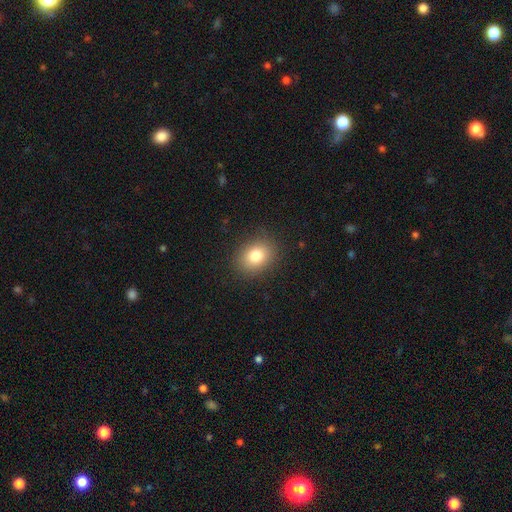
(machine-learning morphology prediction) A smooth galaxy with no disk features (81%) that is in between round and cigar-shaped (52%).

Vote fractions:
- Smooth or featured? smooth: 81% / star or artifact: 11% / featured or disk: 9%
- How rounded? in between: 52% / round: 47% / cigar-shaped: 1%
- Merging? none: 87% / minor disturbance: 9% / major disturbance: 3% / merger: 1%